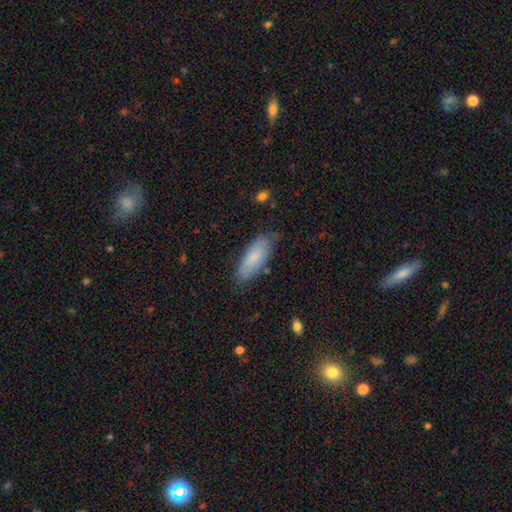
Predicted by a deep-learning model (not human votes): Smooth or featured: smooth — 79% (featured or disk — 15%)
How rounded: in between — 69% (cigar-shaped — 30%)
Merging: none — 74% (minor disturbance — 20%)